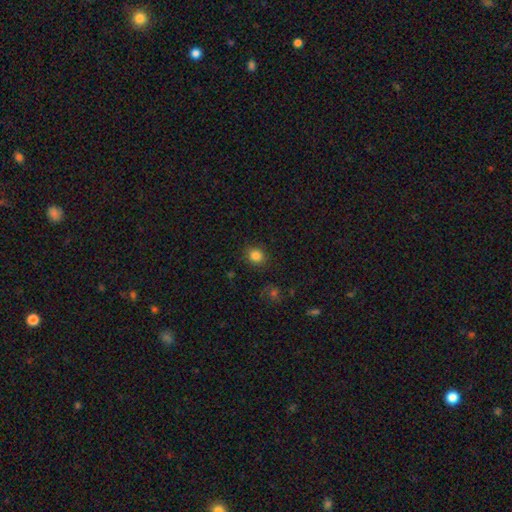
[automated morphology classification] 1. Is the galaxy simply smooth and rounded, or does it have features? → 83% smooth, 12% star or artifact, 5% featured or disk.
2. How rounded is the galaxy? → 82% round, 17% in between, 1% cigar-shaped.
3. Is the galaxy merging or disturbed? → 88% none, 8% minor disturbance, 3% major disturbance, 2% merger.